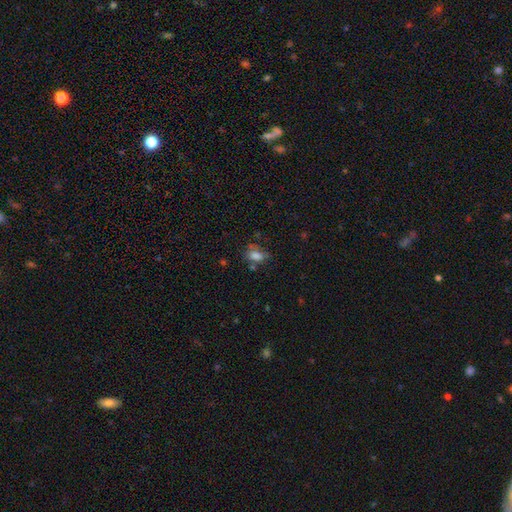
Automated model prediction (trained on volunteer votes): This appears to be a smooth galaxy with no disk features (74%) that is in between round and cigar-shaped (81%). Merging: none (48%).